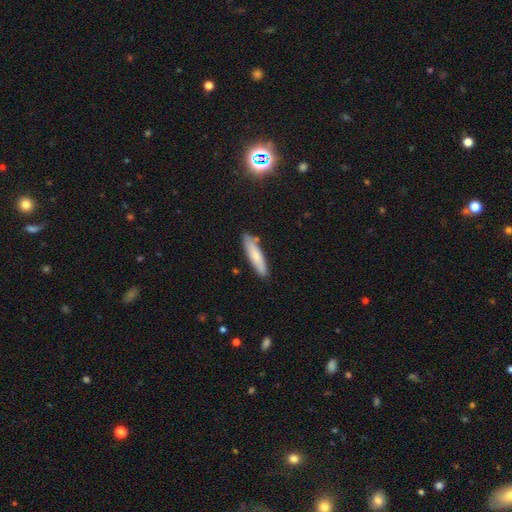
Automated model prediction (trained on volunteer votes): Smooth or featured?
  - smooth: 76% *
  - featured or disk: 18%
  - star or artifact: 6%
How rounded?
  - cigar-shaped: 79% *
  - in between: 20%
  - round: 1%
Merging?
  - none: 84% *
  - minor disturbance: 11%
  - merger: 3%
  - major disturbance: 2%